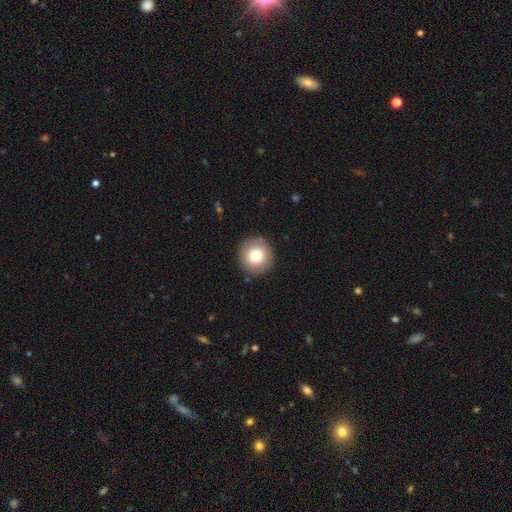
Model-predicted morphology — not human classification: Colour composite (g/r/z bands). It shows a smooth galaxy with no disk features (77%) that is round (95%). Merging: none (90%).